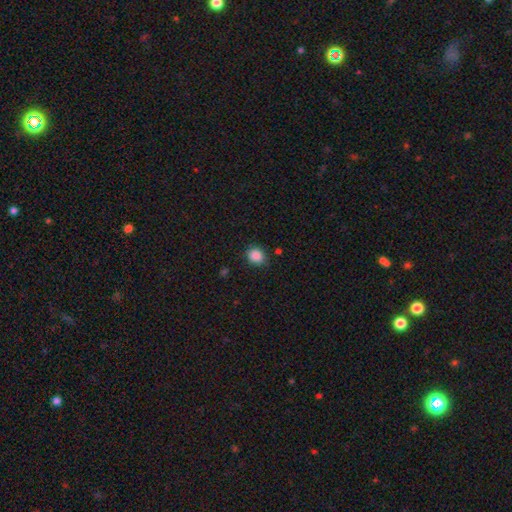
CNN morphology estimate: This is clearly a smooth galaxy (87%). How rounded: likely round (69%). Merging: clearly none (82%).